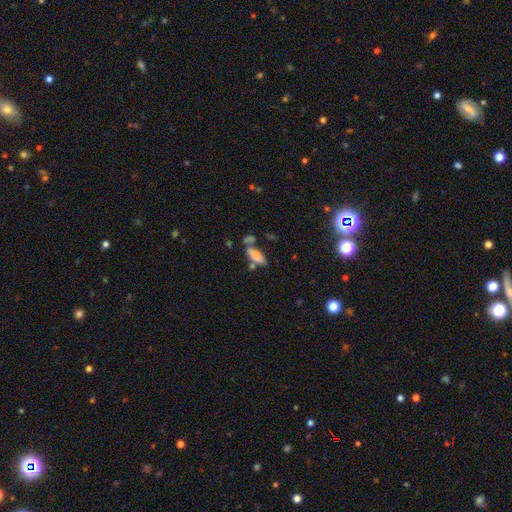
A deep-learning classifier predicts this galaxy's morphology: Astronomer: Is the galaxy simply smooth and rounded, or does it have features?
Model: smooth — 76%.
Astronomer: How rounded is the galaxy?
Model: in between — 75%.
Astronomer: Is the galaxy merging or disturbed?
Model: none — 52%.